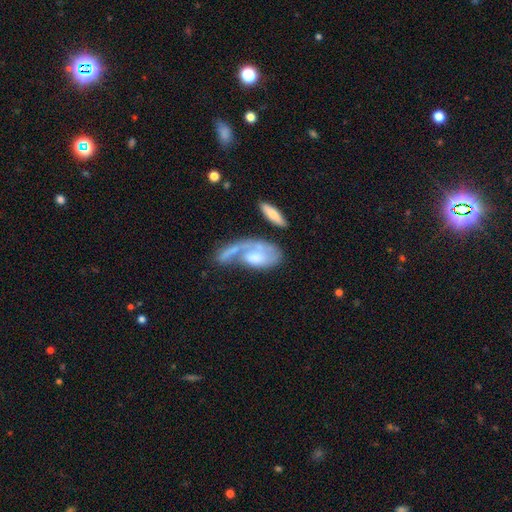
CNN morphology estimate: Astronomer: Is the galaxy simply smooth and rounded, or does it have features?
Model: featured or disk — 65%.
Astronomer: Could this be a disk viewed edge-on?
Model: no — 94%.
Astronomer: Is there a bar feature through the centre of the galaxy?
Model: no — 71%.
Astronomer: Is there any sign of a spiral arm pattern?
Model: yes — 76%.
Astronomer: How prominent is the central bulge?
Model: moderate — 34% (runner-up: none, 23%).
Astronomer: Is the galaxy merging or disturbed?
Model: major disturbance — 36% (runner-up: none, 27%).